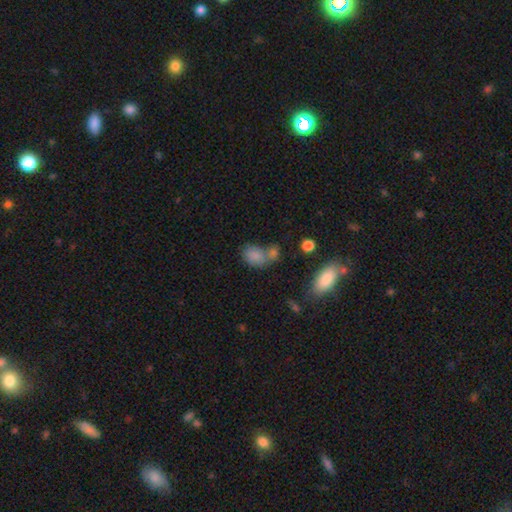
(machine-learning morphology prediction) smooth_or_featured: smooth (p=0.80) [alt: star or artifact p=0.11]
how_rounded: in between (p=0.74) [alt: round p=0.24]
merging: merger (p=0.44) [alt: none p=0.37]